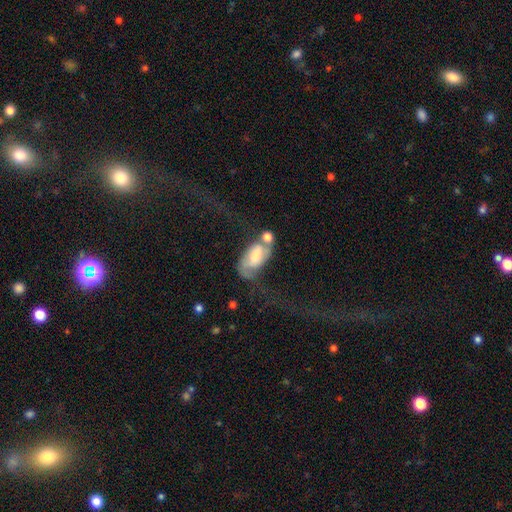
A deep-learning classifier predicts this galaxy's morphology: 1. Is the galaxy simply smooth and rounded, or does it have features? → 47% smooth, 45% featured or disk, 8% star or artifact.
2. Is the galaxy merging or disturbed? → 35% merger, 29% major disturbance, 20% none, 16% minor disturbance.